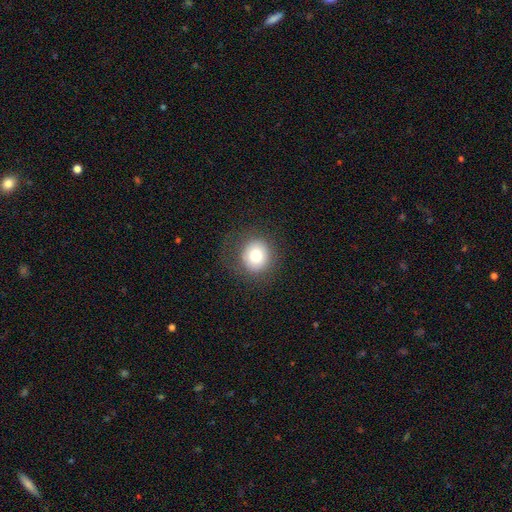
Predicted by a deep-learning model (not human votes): Smooth or featured? Predicted: smooth (p=0.77). How rounded? Predicted: round (p=0.89). Merging? Predicted: none (p=0.82).